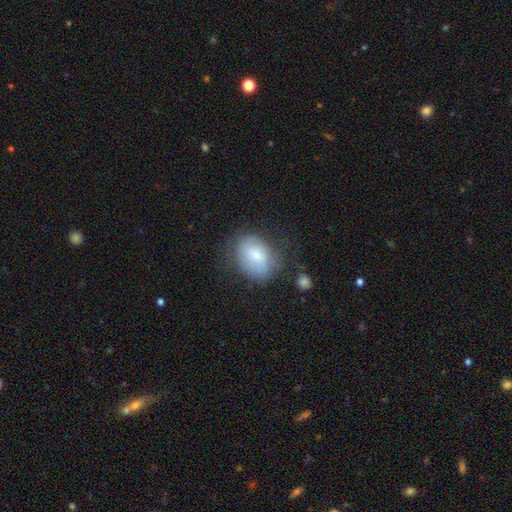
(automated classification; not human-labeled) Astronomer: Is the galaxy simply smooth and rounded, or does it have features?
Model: smooth — 72%.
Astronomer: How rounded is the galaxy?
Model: in between — 75%.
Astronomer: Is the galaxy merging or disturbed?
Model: none — 57%.